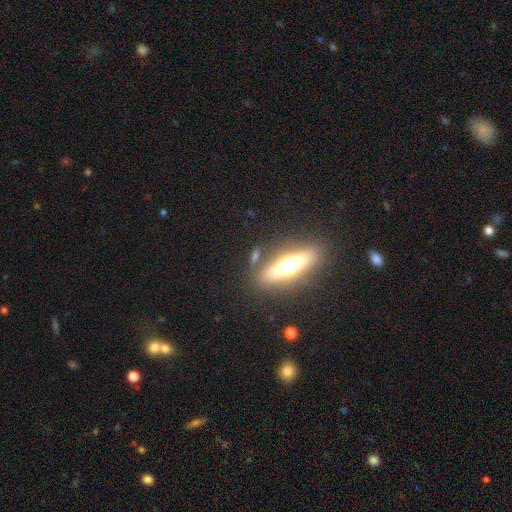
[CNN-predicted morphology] Smooth or featured? featured or disk (56%)
Edge-on disk? yes (86%)
Merging? none (81%)